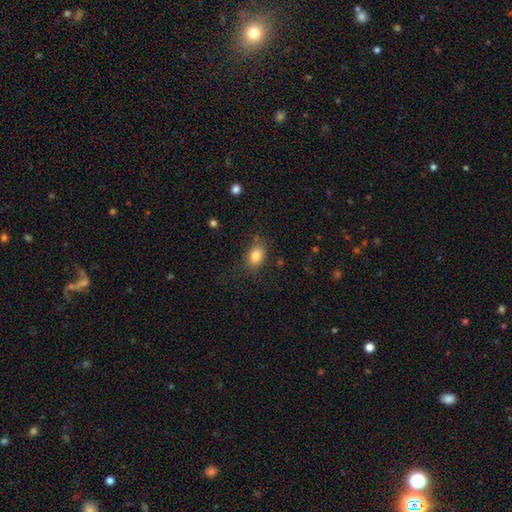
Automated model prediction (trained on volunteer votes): smooth_or_featured: smooth (p=0.83) [alt: star or artifact p=0.09]
how_rounded: in between (p=0.77) [alt: round p=0.22]
merging: none (p=0.75) [alt: minor disturbance p=0.17]